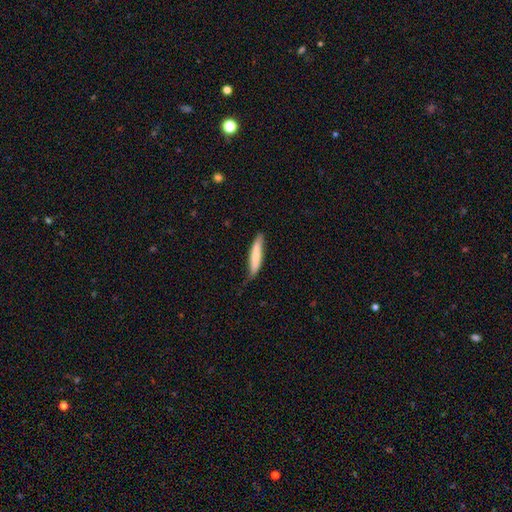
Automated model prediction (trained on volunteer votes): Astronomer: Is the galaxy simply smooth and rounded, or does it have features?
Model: smooth — 73%.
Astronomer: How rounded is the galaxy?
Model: cigar-shaped — 90%.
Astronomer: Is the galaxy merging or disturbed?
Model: none — 62%.